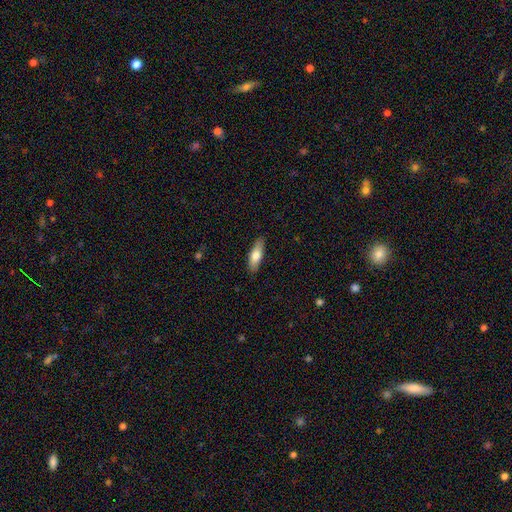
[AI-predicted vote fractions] A smooth galaxy with no disk features (71%) that is in between round and cigar-shaped (54%).

Vote fractions:
- Smooth or featured? smooth: 71% / featured or disk: 23% / star or artifact: 6%
- How rounded? in between: 54% / cigar-shaped: 44% / round: 2%
- Merging? none: 87% / minor disturbance: 10% / major disturbance: 2% / merger: 1%